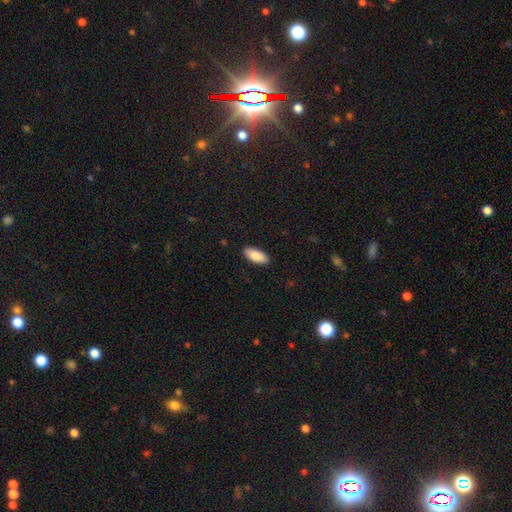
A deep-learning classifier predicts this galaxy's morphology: smooth 88%, featured or disk 6%, star or artifact 6%. Down the decision tree: how rounded — in between (85%); merging — none (90%).